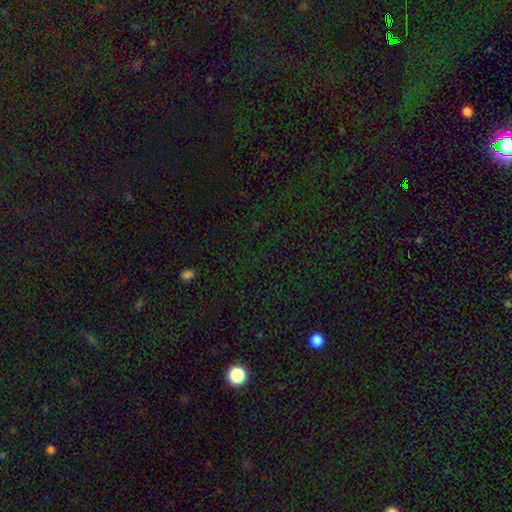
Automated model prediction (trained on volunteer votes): Smooth or featured? star or artifact (74%)